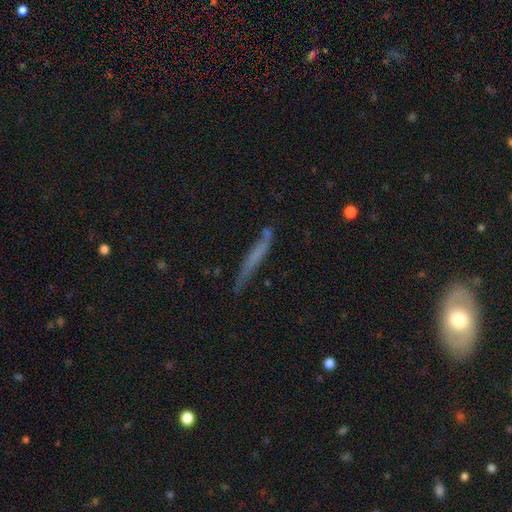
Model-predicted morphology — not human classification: smooth_or_featured: smooth (p=0.53) [alt: featured or disk p=0.38]
how_rounded: cigar-shaped (p=0.95) [alt: in between p=0.03]
merging: none (p=0.68) [alt: minor disturbance p=0.21]